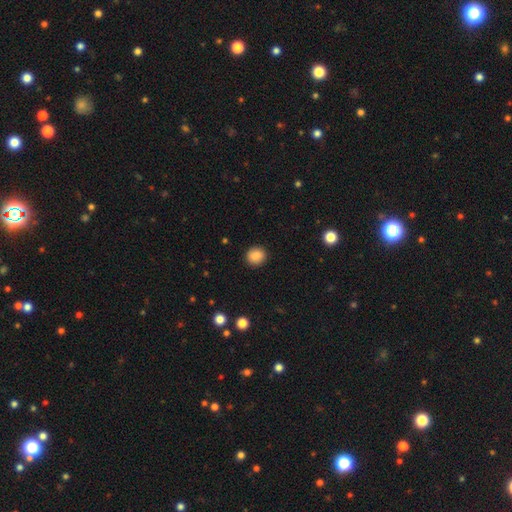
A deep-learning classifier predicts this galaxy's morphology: A smooth galaxy with no disk features (88%) that is round (83%).

Vote fractions:
- Smooth or featured? smooth: 88% / star or artifact: 9% / featured or disk: 3%
- How rounded? round: 83% / in between: 16% / cigar-shaped: 1%
- Merging? none: 91% / minor disturbance: 6% / major disturbance: 2% / merger: 1%